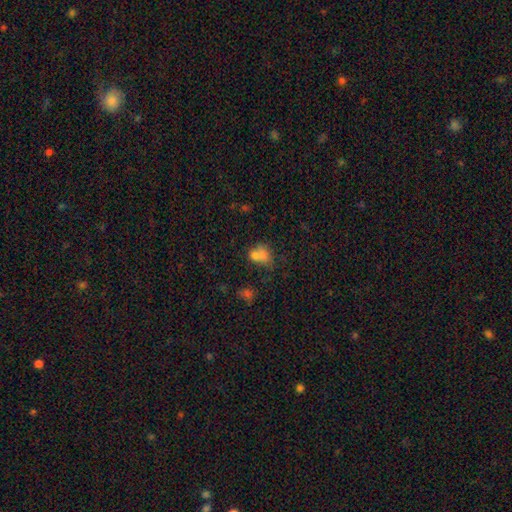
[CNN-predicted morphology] A smooth galaxy with no disk features (72%) that is in between round and cigar-shaped (53%).

Vote fractions:
- Smooth or featured? smooth: 72% / featured or disk: 14% / star or artifact: 13%
- How rounded? in between: 53% / round: 46% / cigar-shaped: 1%
- Merging? merger: 53% / none: 27% / minor disturbance: 12% / major disturbance: 8%